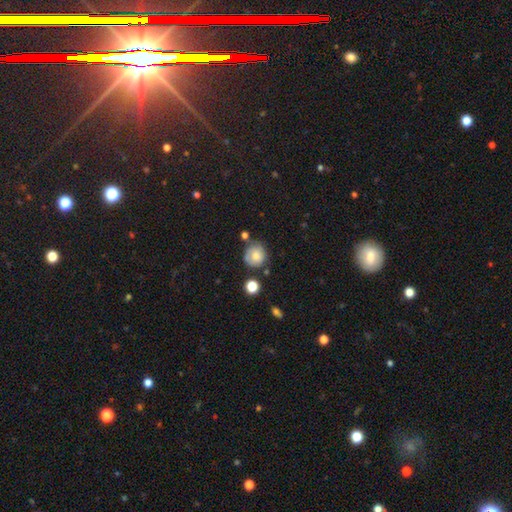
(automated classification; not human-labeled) Smooth or featured?
  - smooth: 71% *
  - featured or disk: 19%
  - star or artifact: 10%
How rounded?
  - round: 85% *
  - in between: 15%
  - cigar-shaped: 1%
Merging?
  - none: 62% *
  - minor disturbance: 23%
  - merger: 9%
  - major disturbance: 7%